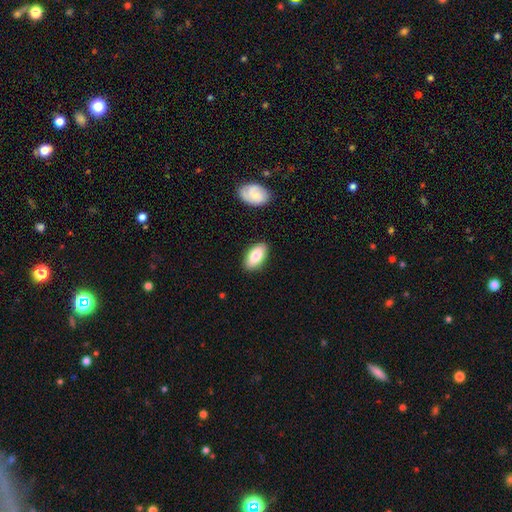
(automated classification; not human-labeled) smooth 82%, featured or disk 12%, star or artifact 6%. Down the decision tree: how rounded — in between (92%); merging — none (86%).